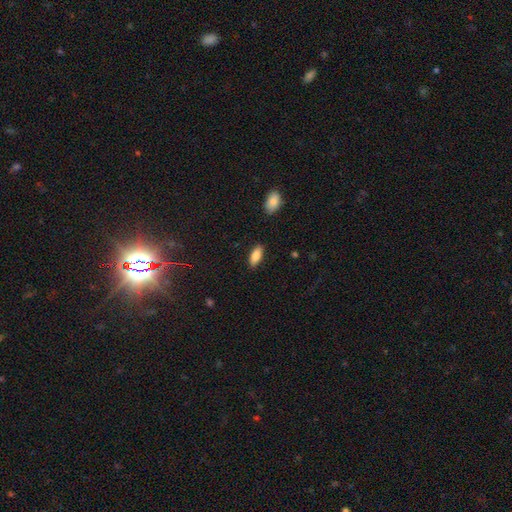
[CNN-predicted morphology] type=smooth (83%); roundness=in between (83%); merging=none (87%).